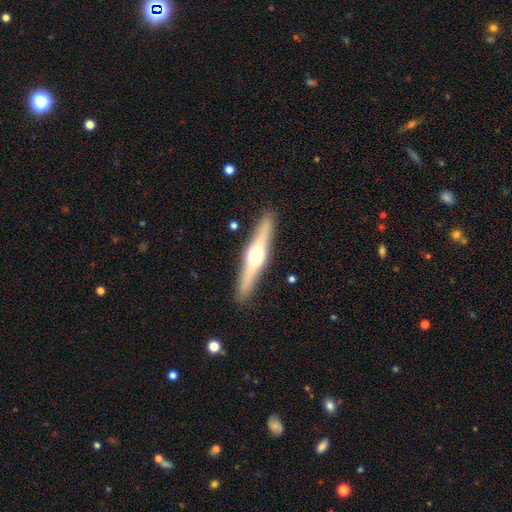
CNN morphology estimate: This is likely a featured or disk galaxy (63%). It is clearly viewed edge-on (95%). Edge-on bulge: clearly rounded (93%). Merging: clearly none (89%).